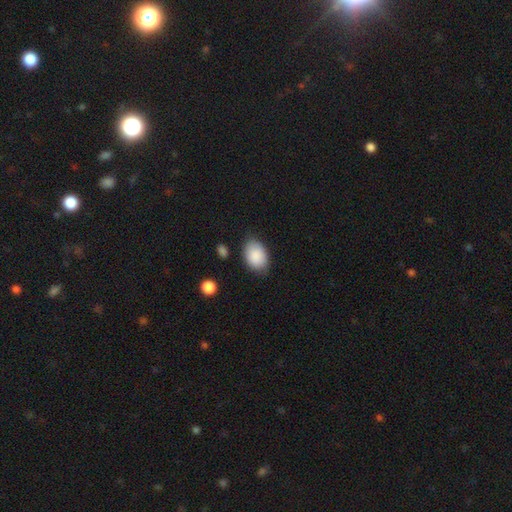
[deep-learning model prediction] The model was most divided on "merging": none: 78%, minor disturbance: 17%, major disturbance: 4%, merger: 2%. More confident: smooth or featured — smooth (89%); how rounded — in between (85%).